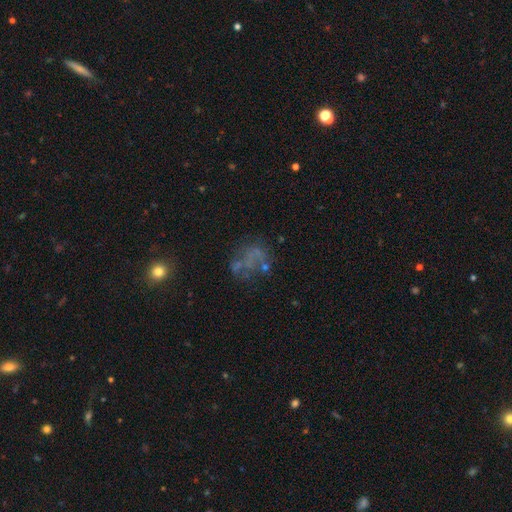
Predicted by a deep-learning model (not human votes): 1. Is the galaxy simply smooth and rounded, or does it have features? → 45% featured or disk, 28% smooth, 26% star or artifact.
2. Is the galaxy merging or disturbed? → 48% none, 24% major disturbance, 16% minor disturbance, 11% merger.